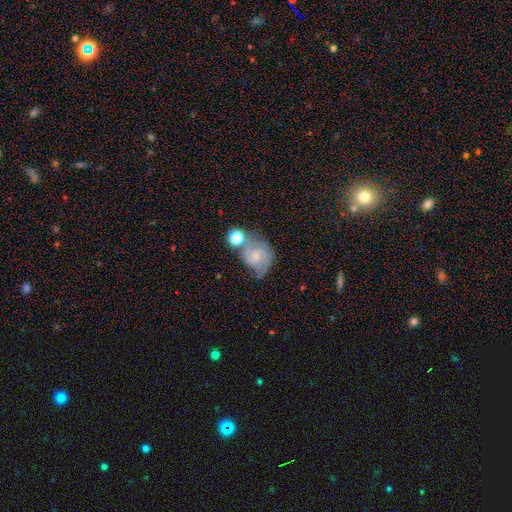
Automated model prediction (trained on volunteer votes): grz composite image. It shows a featured or disk galaxy (63%) with no bar (65%), 2 (63%) medium (46%) spiral arms (90%) and a small central bulge (46%). Merging: none (42%).